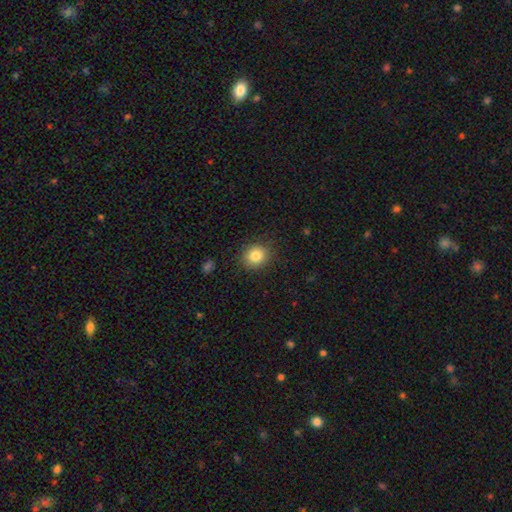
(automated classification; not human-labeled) Smooth or featured?
  - smooth: 84% *
  - star or artifact: 10%
  - featured or disk: 6%
How rounded?
  - round: 78% *
  - in between: 21%
  - cigar-shaped: 1%
Merging?
  - none: 87% *
  - minor disturbance: 9%
  - major disturbance: 3%
  - merger: 1%